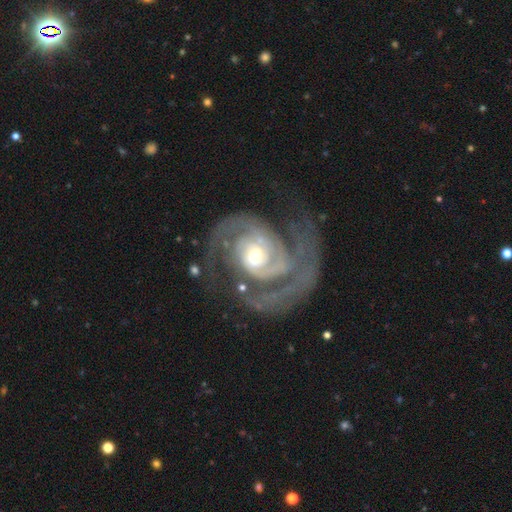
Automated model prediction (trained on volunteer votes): This is clearly a featured or disk galaxy (92%). It is clearly not viewed edge-on (98%). Bar: likely no (63%). Spiral arm pattern: clearly yes (98%). Spiral arm count: likely 2 (65%). Spiral winding: possibly tight (51%). Central bulge: possibly moderate (52%). Merging: likely none (65%).